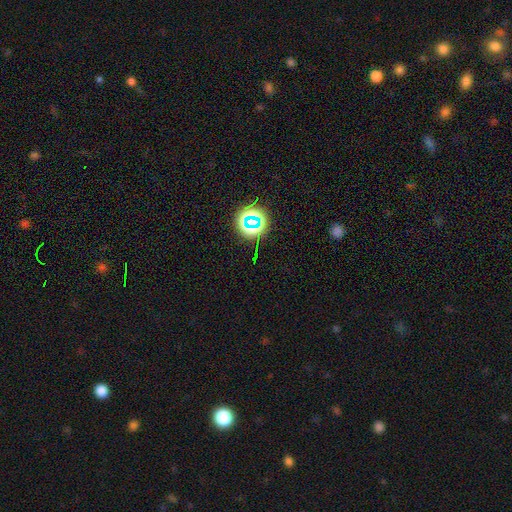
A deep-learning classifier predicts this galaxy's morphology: Overall: star or artifact (68%).